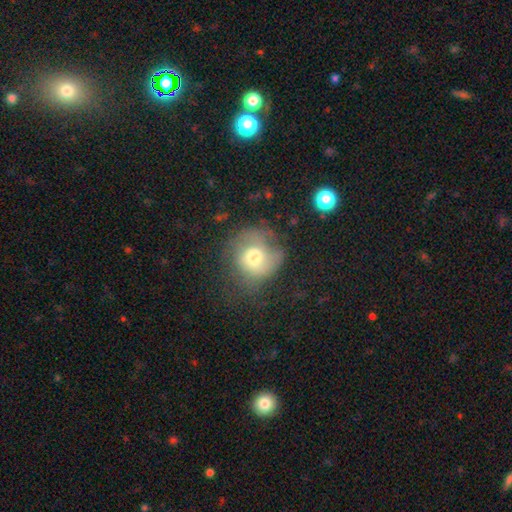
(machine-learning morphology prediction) Q: Smooth or featured?
A: smooth (60%); runner-up: featured or disk (29%)
Q: How rounded?
A: round (78%); runner-up: in between (20%)
Q: Merging?
A: none (44%); runner-up: major disturbance (28%)